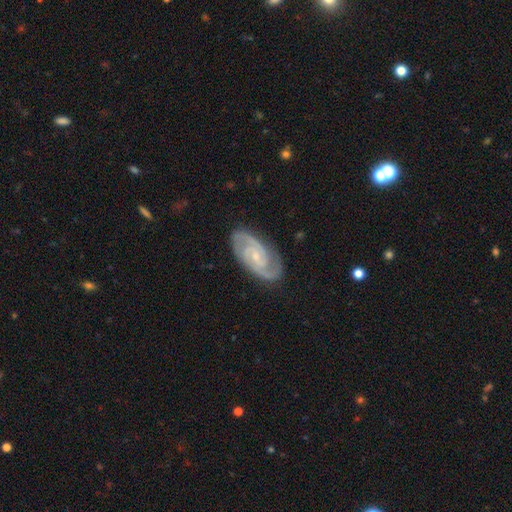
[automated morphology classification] type=featured or disk (91%); edge-on=no (97%); bar=no (51%); spiral arms=yes (98%); winding=tight (50%); arm count=2 (87%); bulge=small (72%); merging=none (84%).